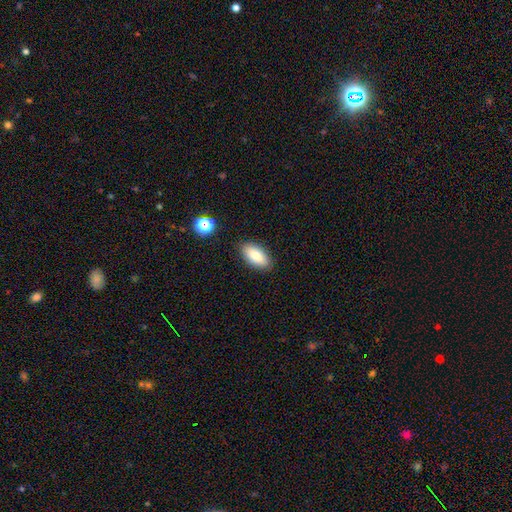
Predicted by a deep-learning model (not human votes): smooth 84%, featured or disk 8%, star or artifact 7%. Down the decision tree: how rounded — in between (88%); merging — none (87%).